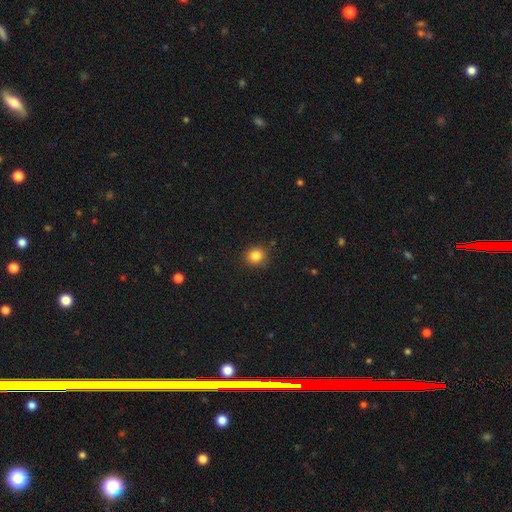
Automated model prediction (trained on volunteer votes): Q: Smooth or featured?
A: smooth (84%); runner-up: star or artifact (11%)
Q: How rounded?
A: round (83%); runner-up: in between (17%)
Q: Merging?
A: none (89%); runner-up: minor disturbance (7%)